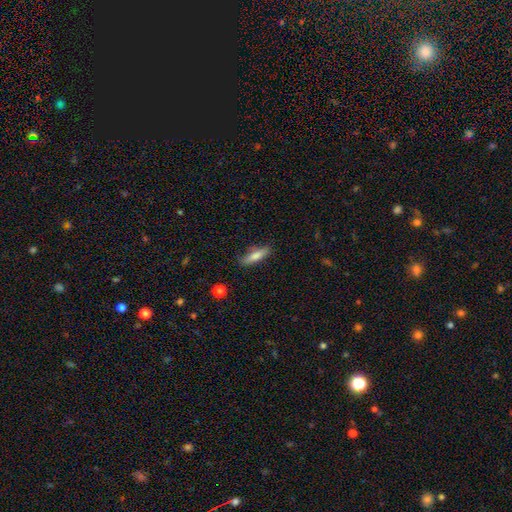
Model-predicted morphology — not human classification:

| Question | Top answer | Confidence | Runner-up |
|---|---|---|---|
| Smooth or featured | smooth | 75% | featured or disk (18%) |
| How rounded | cigar-shaped | 67% | in between (31%) |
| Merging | none | 81% | minor disturbance (14%) |